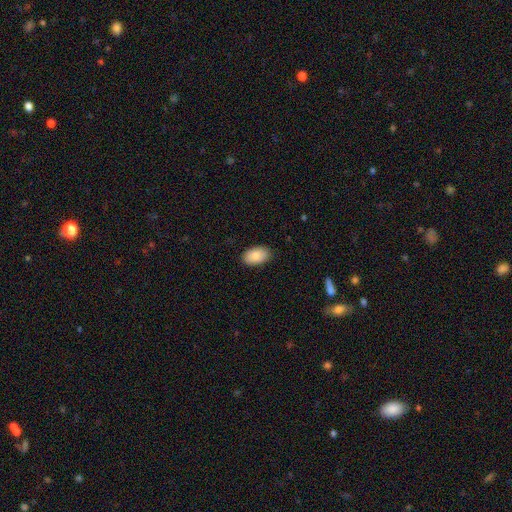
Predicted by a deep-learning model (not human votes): smooth_or_featured: smooth (p=0.86) [alt: featured or disk p=0.08]
how_rounded: in between (p=0.93) [alt: round p=0.06]
merging: none (p=0.87) [alt: minor disturbance p=0.10]